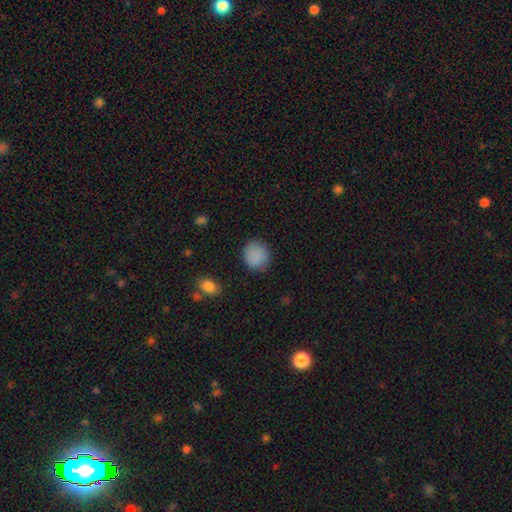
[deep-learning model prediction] The model was most divided on "how rounded": round: 81%, in between: 18%, cigar-shaped: 1%. More confident: smooth or featured — smooth (87%); merging — none (83%).